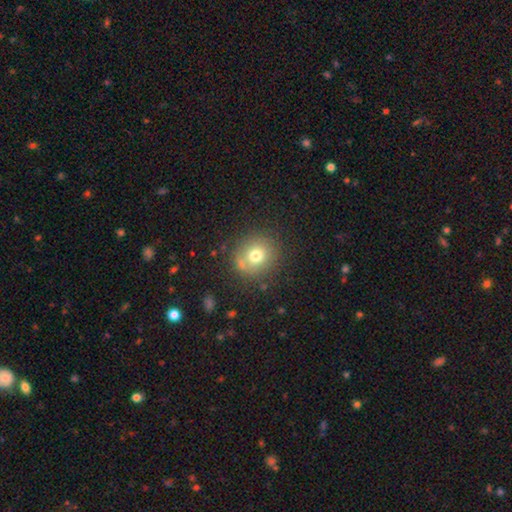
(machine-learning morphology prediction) smooth 71%, featured or disk 15%, star or artifact 14%. Down the decision tree: how rounded — round (89%); merging — none (76%).